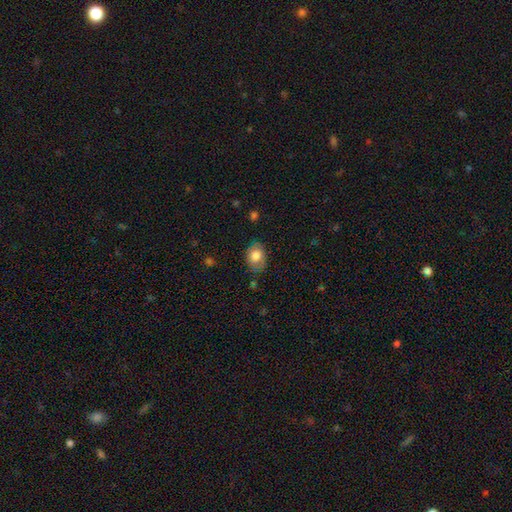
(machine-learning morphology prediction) Q: Smooth or featured?
A: smooth (76%); runner-up: featured or disk (17%)
Q: How rounded?
A: in between (73%); runner-up: round (26%)
Q: Merging?
A: none (75%); runner-up: minor disturbance (19%)